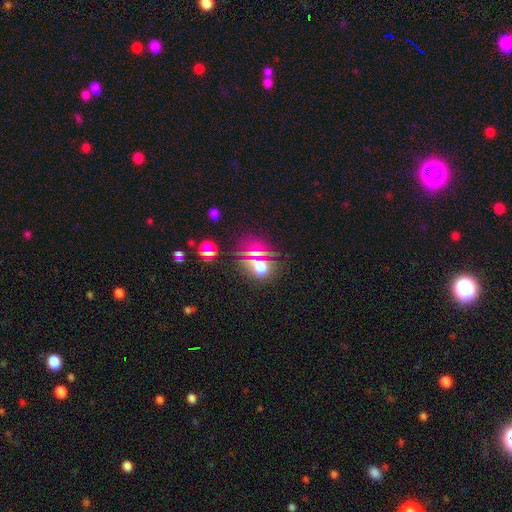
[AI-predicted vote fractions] smooth_or_featured: star or artifact (p=0.57) [alt: smooth p=0.32]